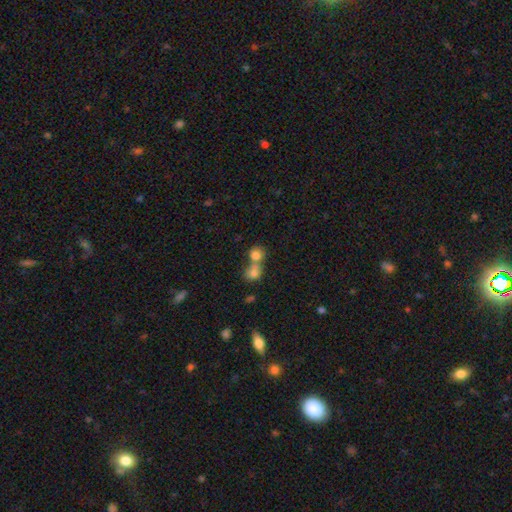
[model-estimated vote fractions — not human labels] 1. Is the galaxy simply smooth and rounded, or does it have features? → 79% smooth, 11% star or artifact, 11% featured or disk.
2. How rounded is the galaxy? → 79% round, 20% in between, 1% cigar-shaped.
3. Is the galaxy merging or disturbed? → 59% merger, 33% none, 5% minor disturbance, 3% major disturbance.